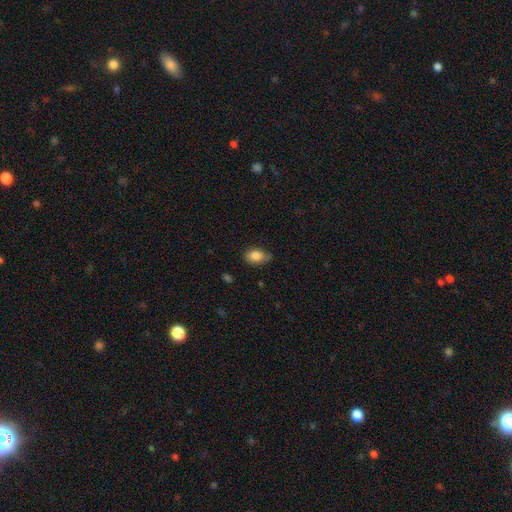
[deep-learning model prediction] Overall: smooth (85%). How rounded: in between (82%). Merging: none (63%; minor disturbance 30%).